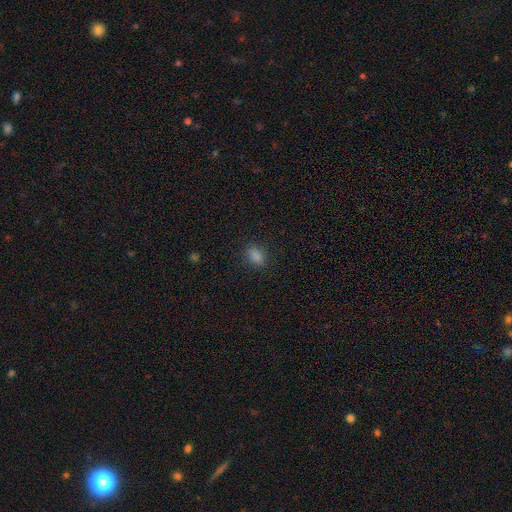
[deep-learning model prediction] Smooth or featured? smooth (83%)
How rounded? in between (80%)
Merging? none (87%)